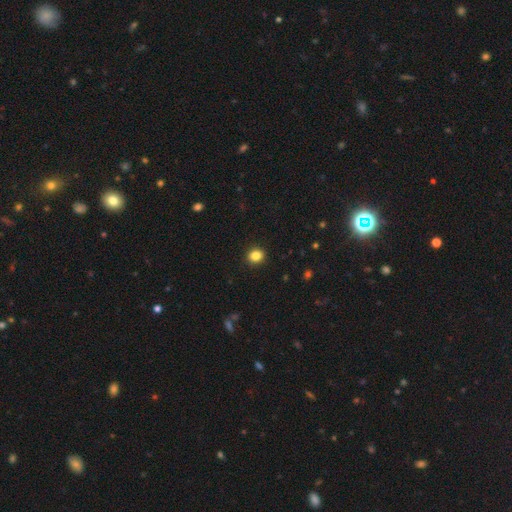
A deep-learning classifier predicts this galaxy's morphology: A smooth galaxy with no disk features (85%) that is round (73%).

Vote fractions:
- Smooth or featured? smooth: 85% / star or artifact: 11% / featured or disk: 5%
- How rounded? round: 73% / in between: 27% / cigar-shaped: 1%
- Merging? none: 92% / minor disturbance: 6% / major disturbance: 2% / merger: 1%